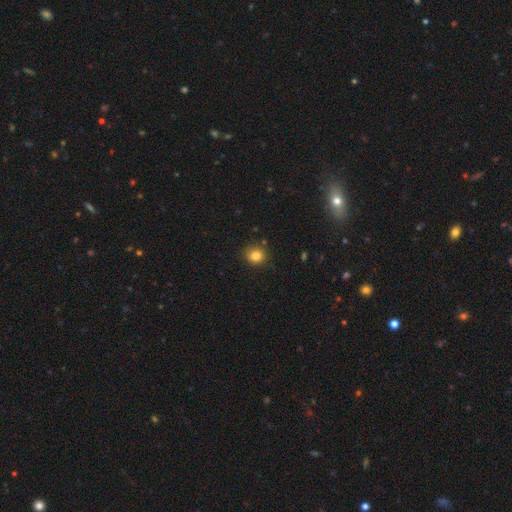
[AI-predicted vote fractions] Overall: smooth (83%). How rounded: round (79%). Merging: none (84%).